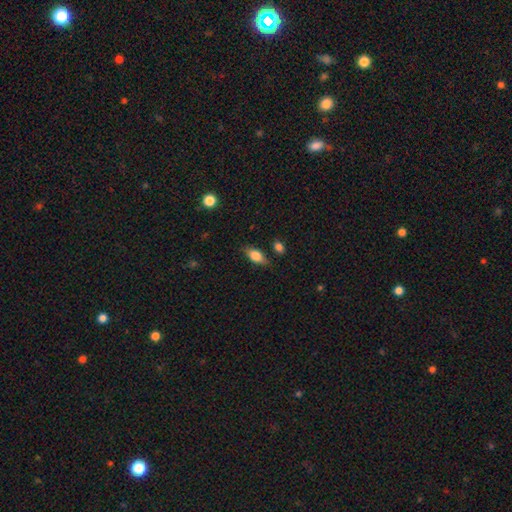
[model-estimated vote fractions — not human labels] A smooth galaxy with no disk features (75%) that is in between round and cigar-shaped (83%).

Vote fractions:
- Smooth or featured? smooth: 75% / featured or disk: 17% / star or artifact: 8%
- How rounded? in between: 83% / cigar-shaped: 12% / round: 5%
- Merging? none: 77% / minor disturbance: 16% / major disturbance: 4% / merger: 3%